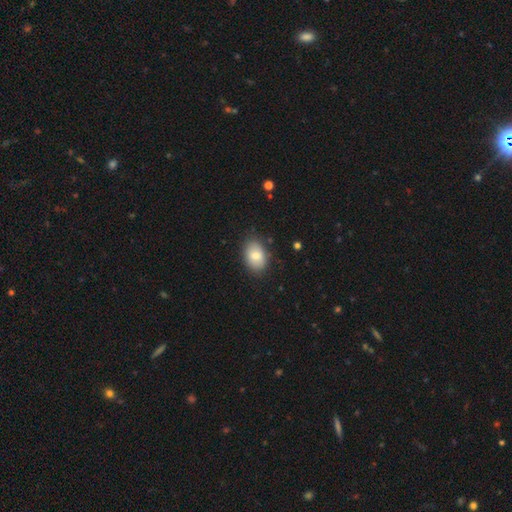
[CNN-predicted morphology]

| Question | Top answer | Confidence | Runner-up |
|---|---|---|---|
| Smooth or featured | smooth | 82% | featured or disk (11%) |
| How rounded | in between | 85% | round (14%) |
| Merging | none | 83% | minor disturbance (13%) |